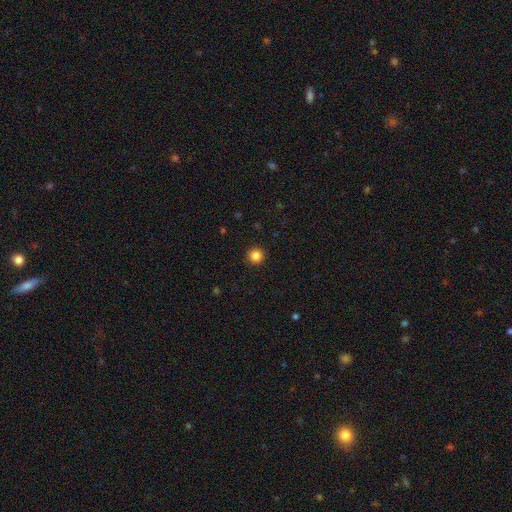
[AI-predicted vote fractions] Smooth or featured? smooth (85%)
How rounded? round (96%)
Merging? none (93%)